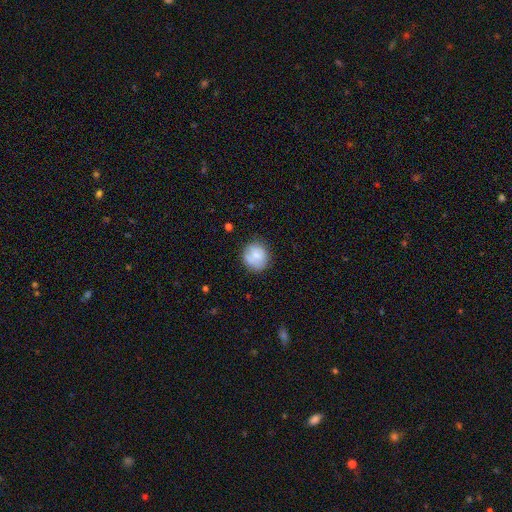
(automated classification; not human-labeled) This appears to be a smooth galaxy with no disk features (74%) that is round (85%). Merging: none (71%).